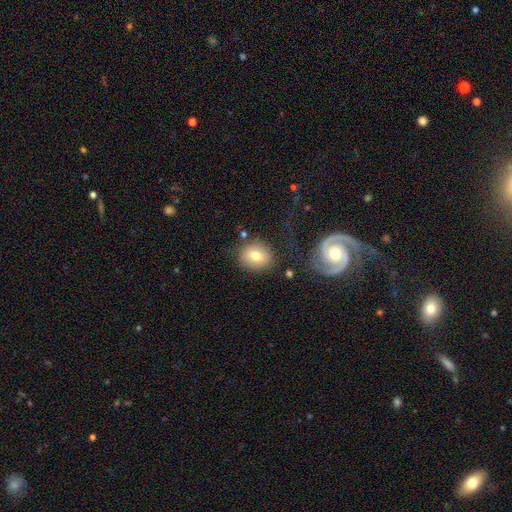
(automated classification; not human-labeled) Morphology: type=smooth (72%); roundness=round (66%); merging=none (74%).